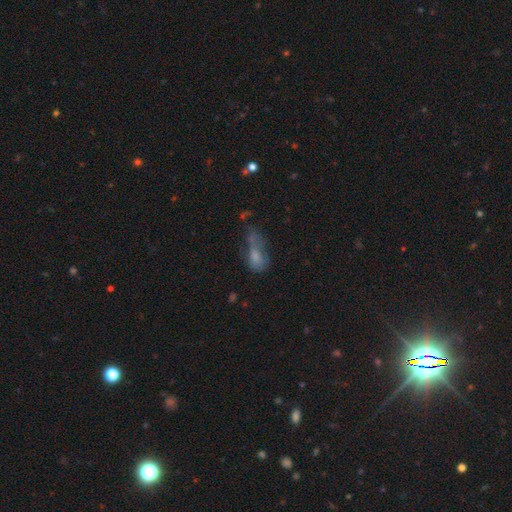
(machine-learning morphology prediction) type=smooth (60%); roundness=in between (76%); merging=major disturbance (39%).